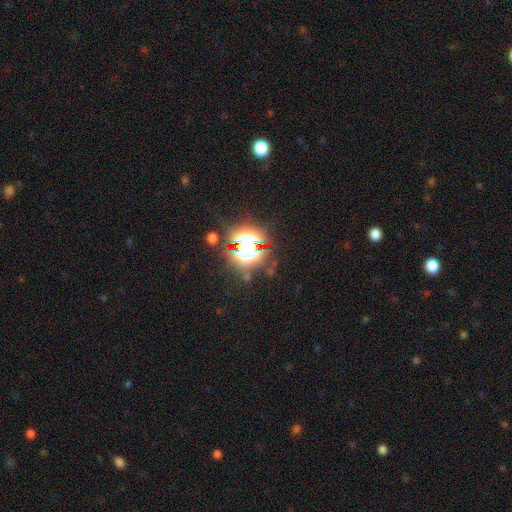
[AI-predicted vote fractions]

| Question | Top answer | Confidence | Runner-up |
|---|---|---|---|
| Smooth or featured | star or artifact | 83% | smooth (11%) |